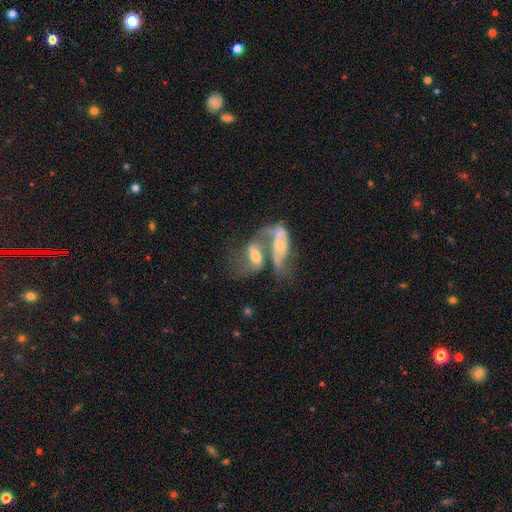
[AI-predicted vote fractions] Smooth or featured? Predicted: featured or disk (p=0.67). Edge-on disk? Predicted: no (p=0.92). Bar? Predicted: no (p=0.48). Spiral arms? Predicted: yes (p=0.70). Bulge size? Predicted: moderate (p=0.50). Merging? Predicted: merger (p=0.75).